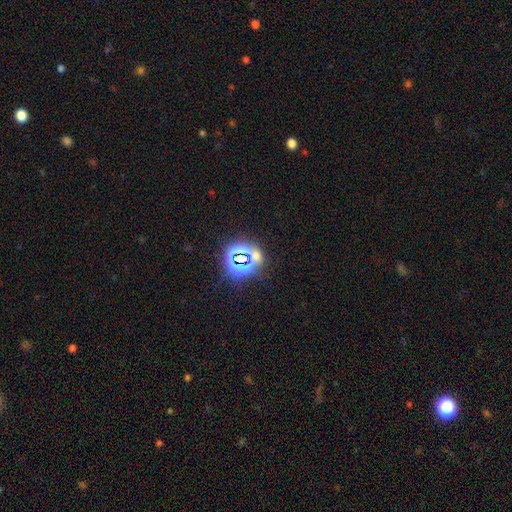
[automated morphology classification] Overall: star or artifact (61%; smooth 29%).